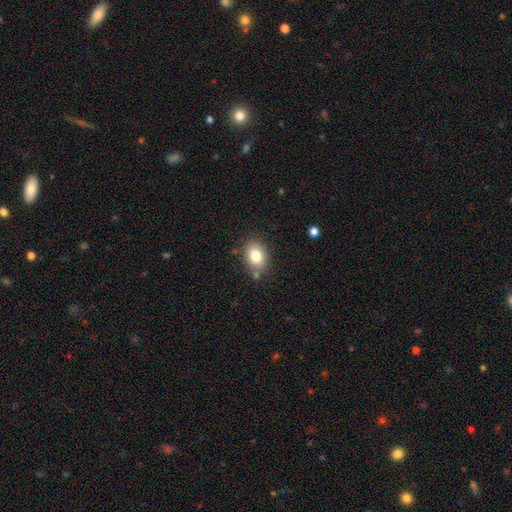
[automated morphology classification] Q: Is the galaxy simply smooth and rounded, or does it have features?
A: smooth — 82%.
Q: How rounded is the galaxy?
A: in between — 71%.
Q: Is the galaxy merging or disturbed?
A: none — 79%.